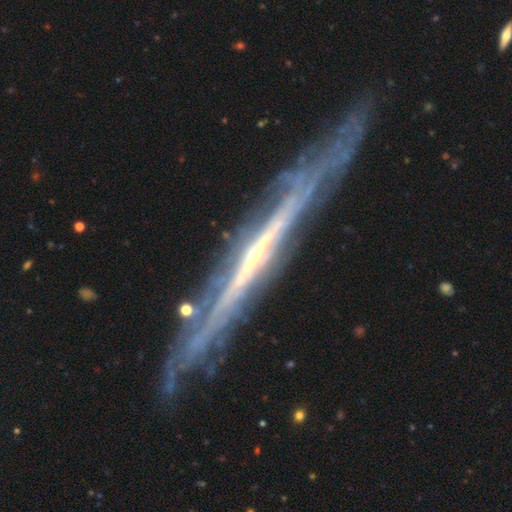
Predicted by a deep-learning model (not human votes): A featured or disk galaxy (87%) viewed edge-on (87%) with no central bulge (51%). Merging: none (76%).